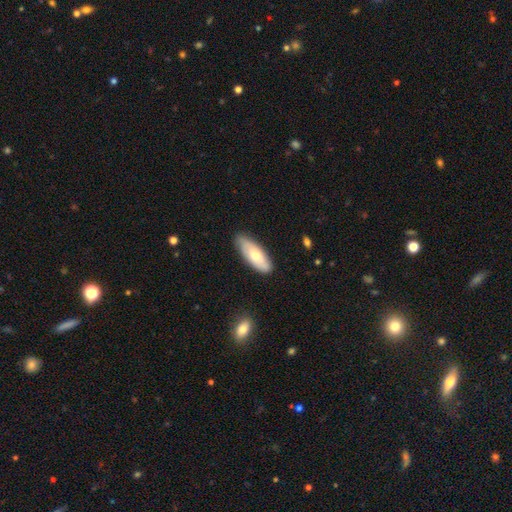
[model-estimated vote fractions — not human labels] This is likely a smooth galaxy (66%). How rounded: likely in between (75%). Merging: likely none (80%).